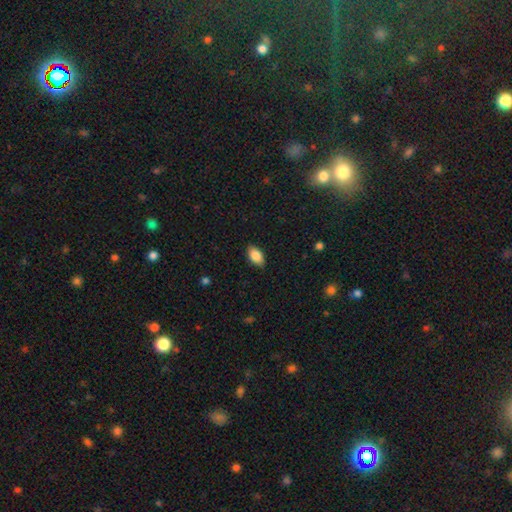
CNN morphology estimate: The model was most divided on "merging": none: 86%, minor disturbance: 10%, major disturbance: 2%, merger: 1%. More confident: how rounded — in between (92%); smooth or featured — smooth (86%).